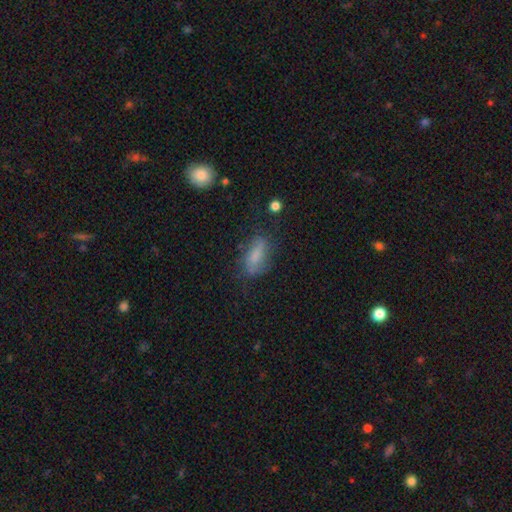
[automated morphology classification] Q: Smooth or featured?
A: smooth (64%); runner-up: featured or disk (25%)
Q: How rounded?
A: in between (77%); runner-up: cigar-shaped (18%)
Q: Merging?
A: none (55%); runner-up: minor disturbance (27%)